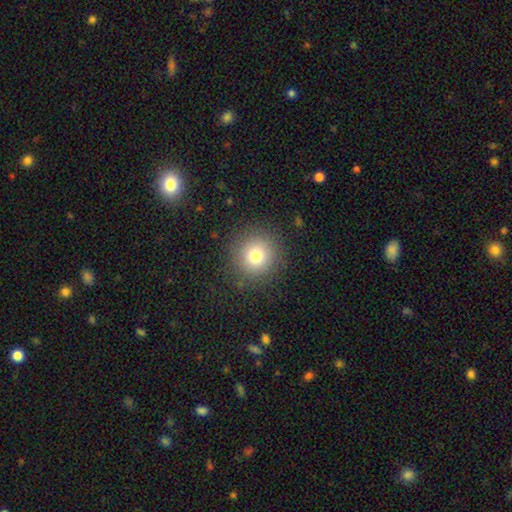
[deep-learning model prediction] Smooth or featured? Predicted: smooth (p=0.76). How rounded? Predicted: round (p=0.94). Merging? Predicted: none (p=0.87).